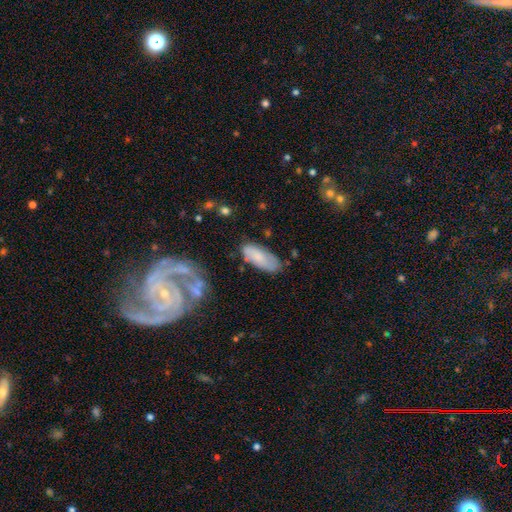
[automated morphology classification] This appears to be a smooth galaxy with no disk features (70%) that is in between round and cigar-shaped (80%). Merging: none (69%).